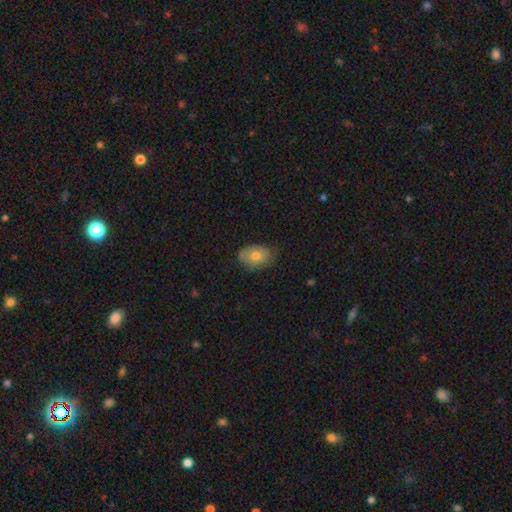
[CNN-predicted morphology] type=smooth (72%); roundness=in between (82%); merging=none (74%).